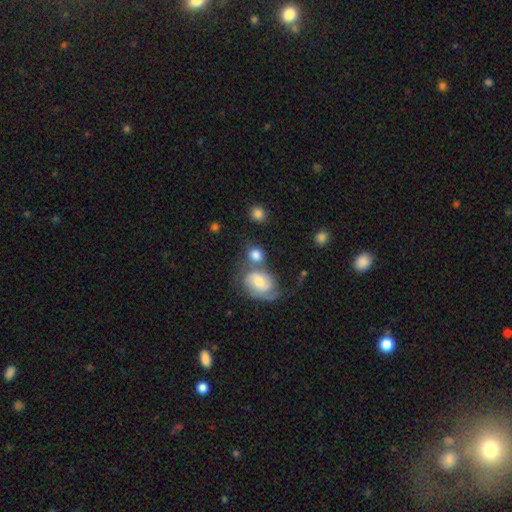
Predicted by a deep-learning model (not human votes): Q: Smooth or featured?
A: smooth (68%); runner-up: featured or disk (23%)
Q: How rounded?
A: round (65%); runner-up: in between (33%)
Q: Merging?
A: none (45%); runner-up: merger (33%)